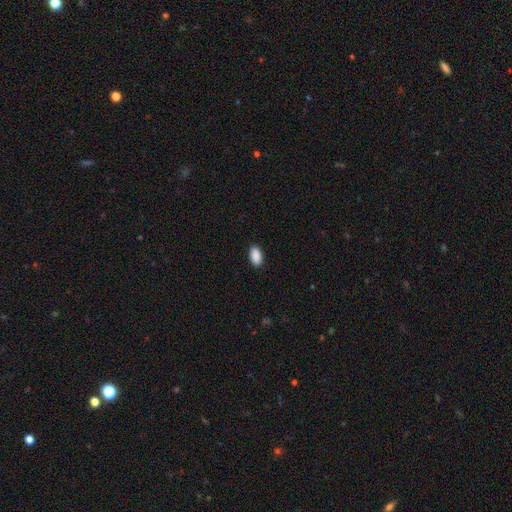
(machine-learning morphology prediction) Overall: smooth (91%). How rounded: in between (94%). Merging: none (89%).